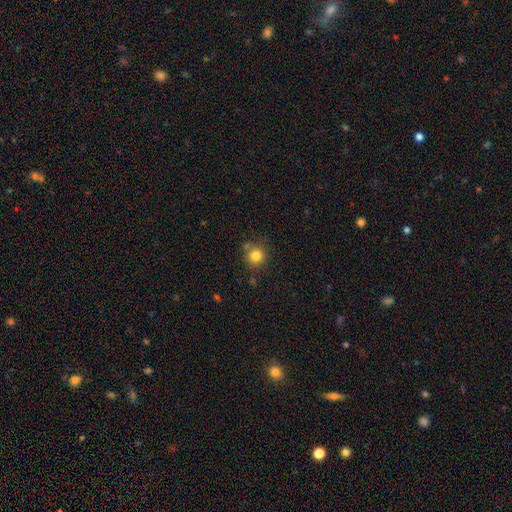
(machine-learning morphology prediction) Overall: smooth (82%). How rounded: round (92%). Merging: none (75%).